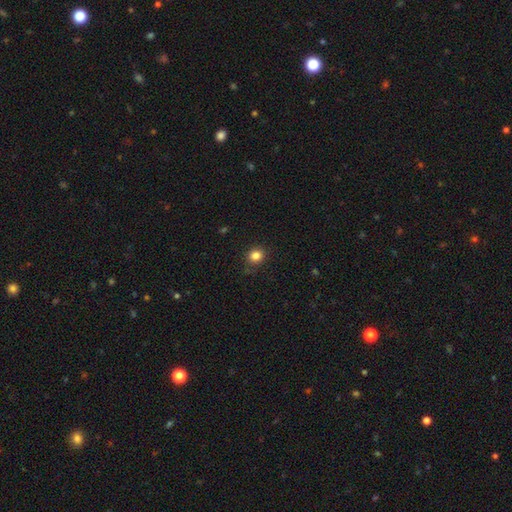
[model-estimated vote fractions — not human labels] A smooth galaxy with no disk features (83%) that is round (79%). Merging: none (86%).